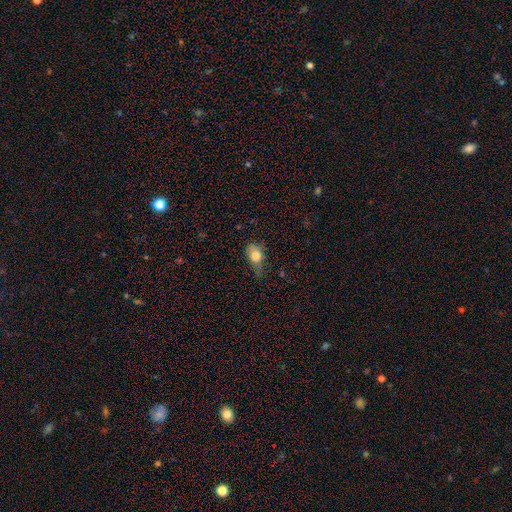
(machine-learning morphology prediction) Overall: smooth (77%). How rounded: in between (72%). Merging: minor disturbance (42%; none 37%).